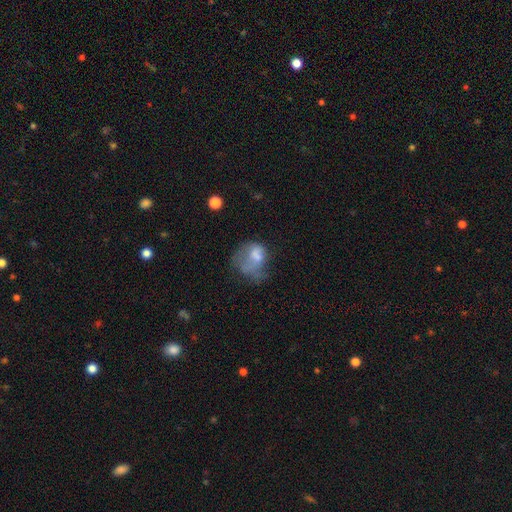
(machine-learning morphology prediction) type=smooth (52%); roundness=in between (54%); merging=major disturbance (42%).